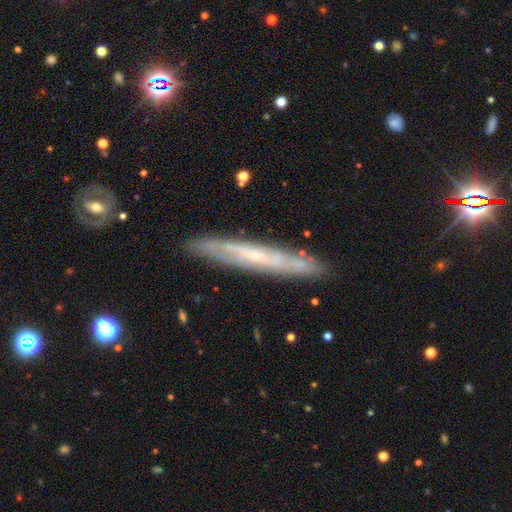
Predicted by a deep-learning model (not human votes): featured or disk 71%, smooth 22%, star or artifact 8%. Down the decision tree: edge-on disk — yes (73%); edge-on bulge — none (56%); merging — none (85%).